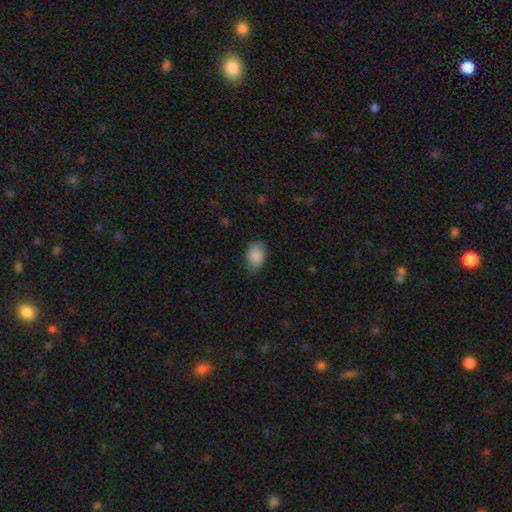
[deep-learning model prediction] smooth_or_featured: smooth (p=0.88) [alt: star or artifact p=0.07]
how_rounded: in between (p=0.86) [alt: round p=0.12]
merging: none (p=0.75) [alt: minor disturbance p=0.20]